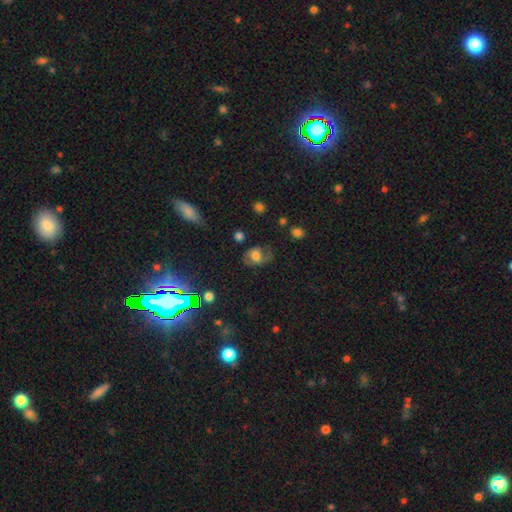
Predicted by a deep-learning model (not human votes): Morphology: type=smooth (50%); roundness=in between (61%); merging=none (56%).